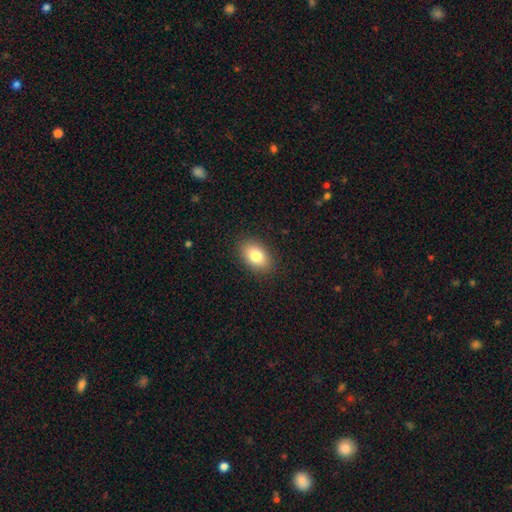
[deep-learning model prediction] Smooth or featured? Predicted: smooth (p=0.81). How rounded? Predicted: in between (p=0.87). Merging? Predicted: none (p=0.89).